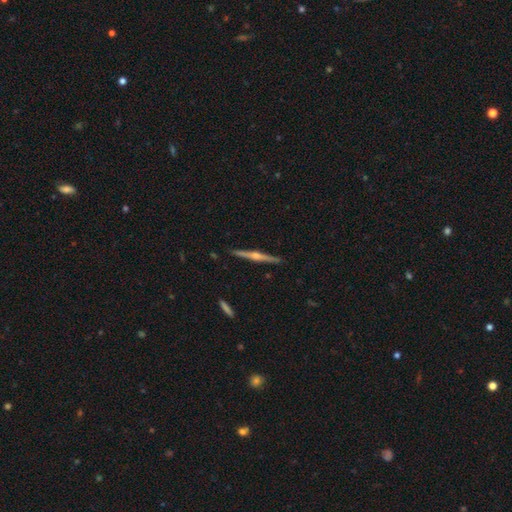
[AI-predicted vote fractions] Smooth or featured: featured or disk — 77% (smooth — 15%)
Edge-on disk: yes — 97% (no — 3%)
Edge-on bulge: rounded — 84% (none — 9%)
Merging: none — 90% (minor disturbance — 7%)